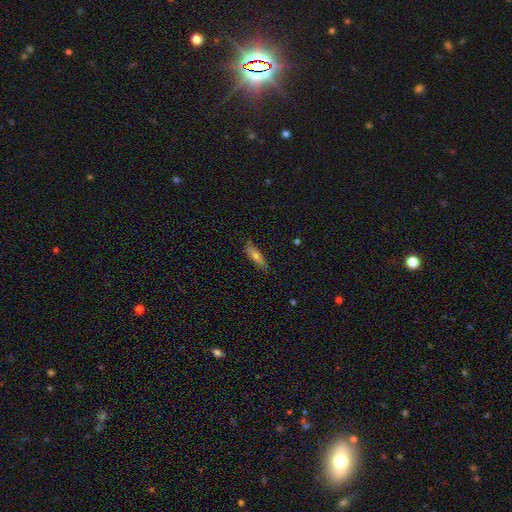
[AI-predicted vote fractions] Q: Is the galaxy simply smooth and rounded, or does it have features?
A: smooth — 66%.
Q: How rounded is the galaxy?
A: cigar-shaped — 65%.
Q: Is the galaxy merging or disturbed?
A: none — 82%.